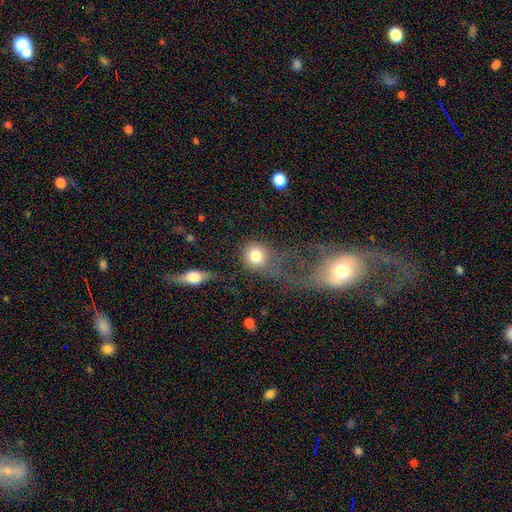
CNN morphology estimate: Overall: smooth (78%). How rounded: round (81%). Merging: none (45%; major disturbance 25%).